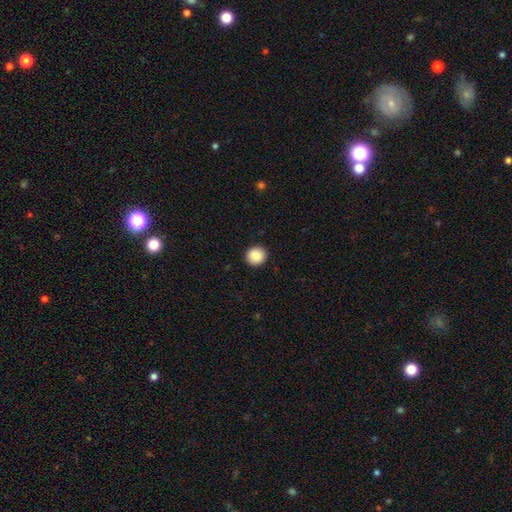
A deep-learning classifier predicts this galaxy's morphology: smooth 89%, star or artifact 8%, featured or disk 3%. Down the decision tree: how rounded — round (91%); merging — none (93%).